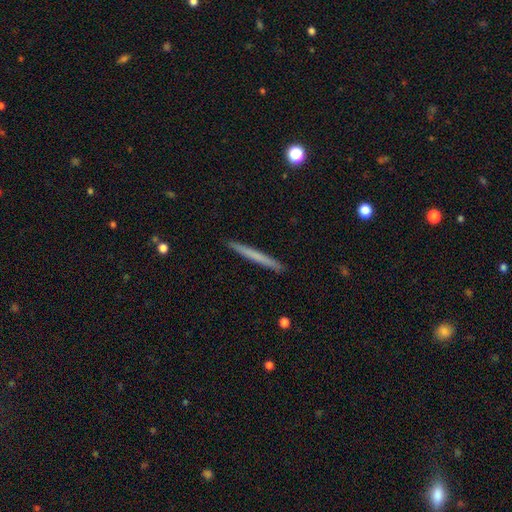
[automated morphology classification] type=smooth (61%); roundness=cigar-shaped (97%); merging=none (93%).